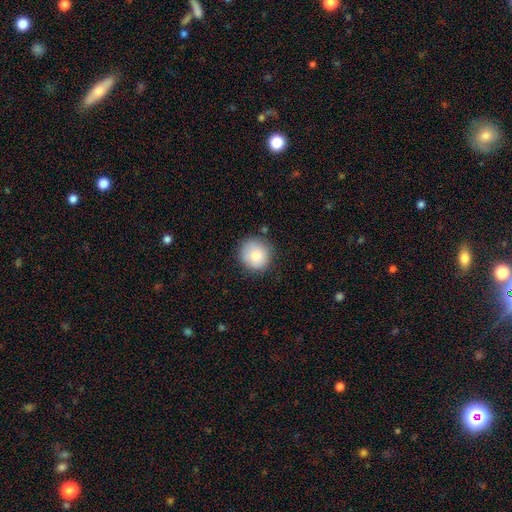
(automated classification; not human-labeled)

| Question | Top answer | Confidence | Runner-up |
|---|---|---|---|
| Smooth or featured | smooth | 83% | featured or disk (9%) |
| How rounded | round | 91% | in between (8%) |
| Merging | none | 81% | minor disturbance (14%) |